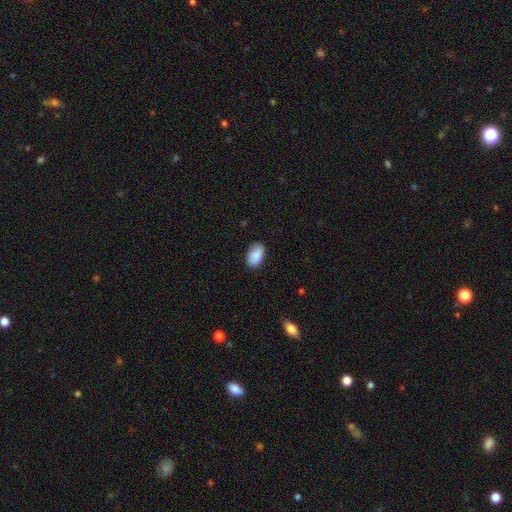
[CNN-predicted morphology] Smooth or featured: smooth — 89% (star or artifact — 7%)
How rounded: in between — 93% (round — 6%)
Merging: none — 82% (minor disturbance — 14%)